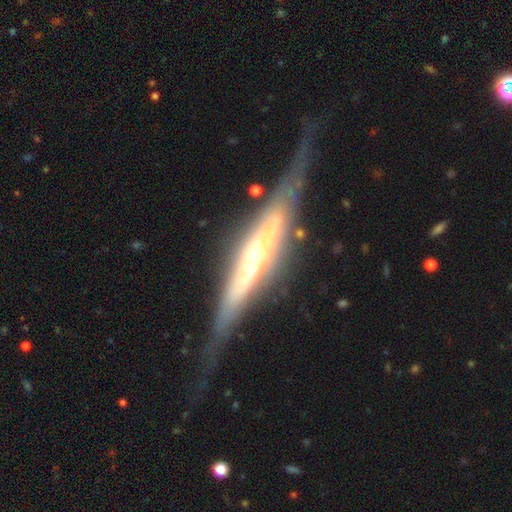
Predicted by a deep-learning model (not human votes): This is clearly a featured or disk galaxy (82%). It is clearly viewed edge-on (85%). Edge-on bulge: likely rounded (65%). Merging: likely none (63%).